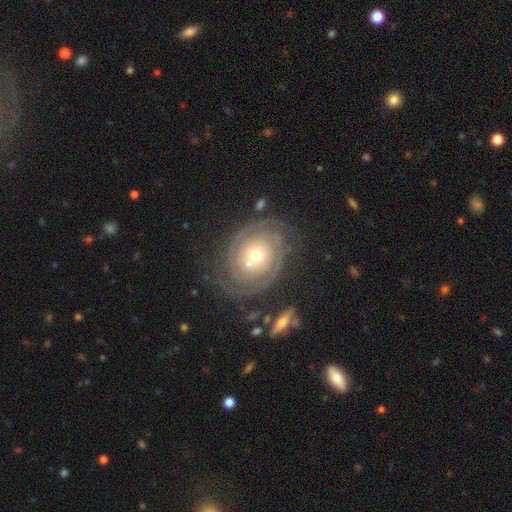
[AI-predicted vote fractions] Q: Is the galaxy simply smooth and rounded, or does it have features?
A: featured or disk — 86%.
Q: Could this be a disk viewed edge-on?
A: no — 97%.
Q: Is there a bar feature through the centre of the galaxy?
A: no — 81%.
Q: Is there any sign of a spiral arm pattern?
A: yes — 95%.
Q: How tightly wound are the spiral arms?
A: tight — 79%.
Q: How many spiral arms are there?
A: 2 — 67%.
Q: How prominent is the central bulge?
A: moderate — 56%.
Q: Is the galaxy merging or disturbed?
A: none — 71%.